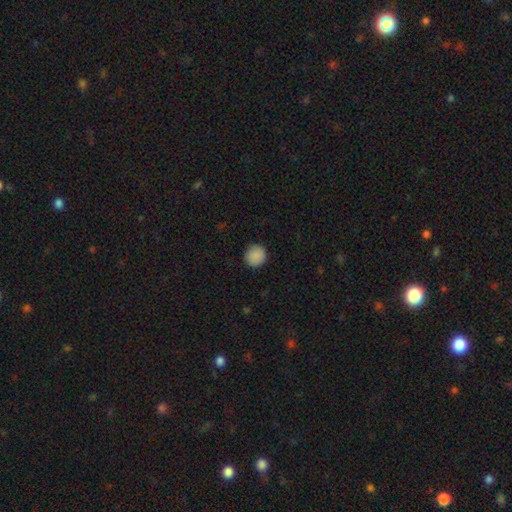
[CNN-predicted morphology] A smooth galaxy with no disk features (89%) that is round (94%).

Vote fractions:
- Smooth or featured? smooth: 89% / star or artifact: 8% / featured or disk: 3%
- How rounded? round: 94% / in between: 5% / cigar-shaped: 1%
- Merging? none: 91% / minor disturbance: 6% / major disturbance: 2% / merger: 1%